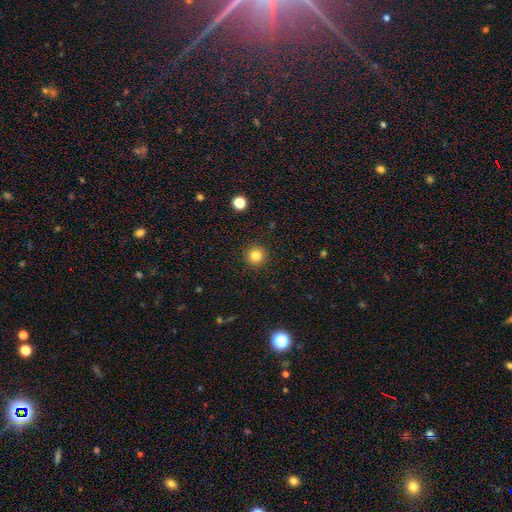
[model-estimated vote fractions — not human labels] A smooth galaxy with no disk features (83%) that is round (95%).

Vote fractions:
- Smooth or featured? smooth: 83% / star or artifact: 12% / featured or disk: 5%
- How rounded? round: 95% / in between: 4% / cigar-shaped: 1%
- Merging? none: 92% / minor disturbance: 5% / major disturbance: 2% / merger: 1%